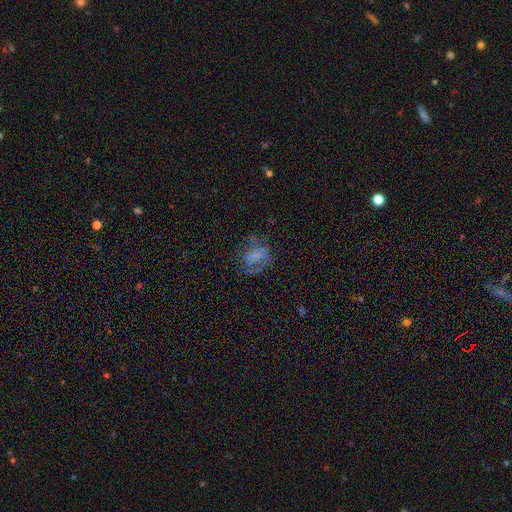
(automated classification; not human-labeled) smooth-or-featured: smooth: 43% | featured or disk: 41% | star or artifact: 17%
  merging: none: 47% | major disturbance: 28% | minor disturbance: 21% | merger: 3%